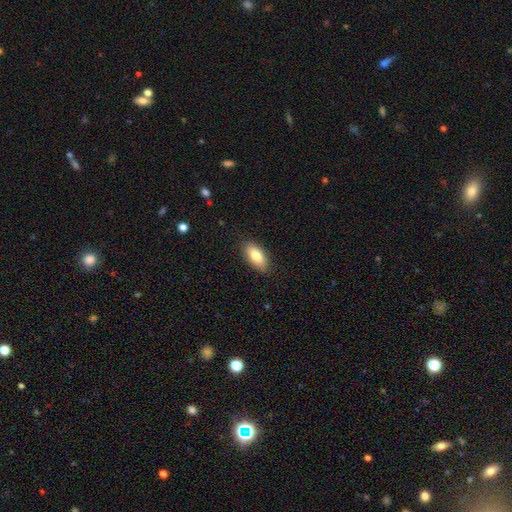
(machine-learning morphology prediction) smooth-or-featured: smooth: 81% | featured or disk: 12% | star or artifact: 7%
  how-rounded: in between: 86% | cigar-shaped: 12% | round: 3%
  merging: none: 87% | minor disturbance: 10% | major disturbance: 2% | merger: 1%